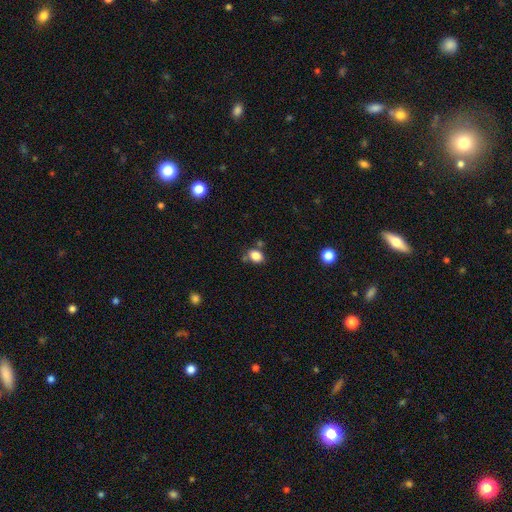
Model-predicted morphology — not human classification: Smooth or featured?
  - smooth: 83% *
  - star or artifact: 11%
  - featured or disk: 6%
How rounded?
  - in between: 61% *
  - round: 38%
  - cigar-shaped: 1%
Merging?
  - none: 68% *
  - minor disturbance: 17%
  - merger: 10%
  - major disturbance: 5%